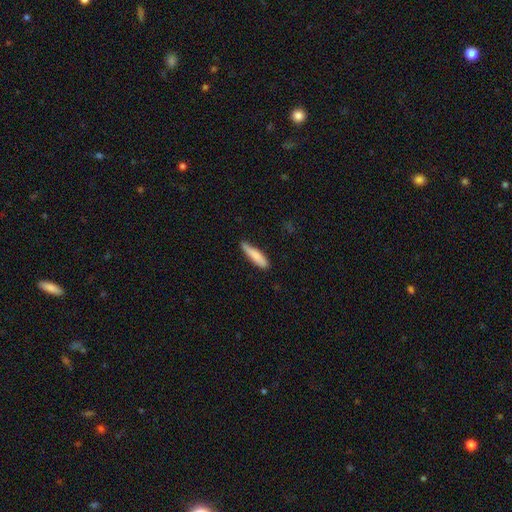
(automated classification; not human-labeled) Morphology: type=smooth (81%); roundness=cigar-shaped (81%); merging=none (70%).